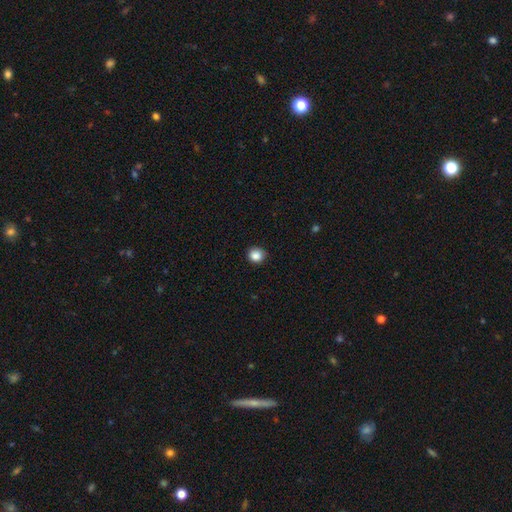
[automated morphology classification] Smooth or featured: smooth — 87% (star or artifact — 10%)
How rounded: round — 85% (in between — 14%)
Merging: none — 88% (minor disturbance — 9%)